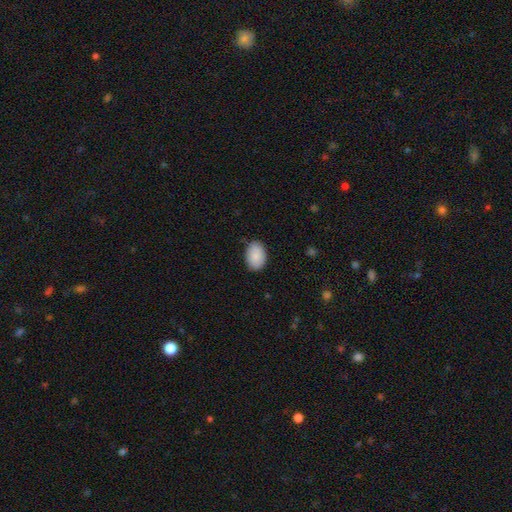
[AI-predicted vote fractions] Smooth or featured: smooth — 89% (star or artifact — 6%)
How rounded: in between — 88% (round — 11%)
Merging: none — 85% (minor disturbance — 12%)